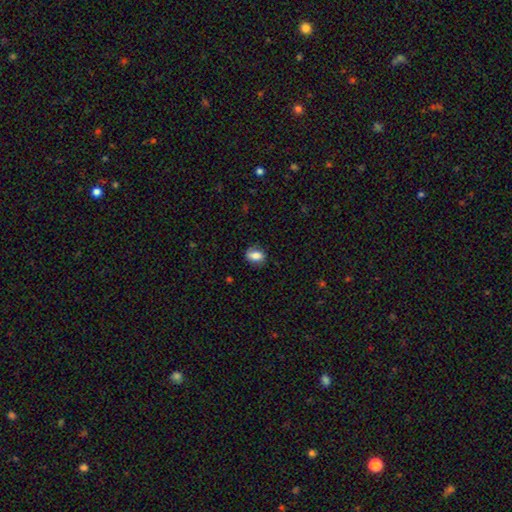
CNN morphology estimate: smooth_or_featured: smooth (p=0.78) [alt: featured or disk p=0.14]
how_rounded: in between (p=0.76) [alt: round p=0.20]
merging: none (p=0.75) [alt: minor disturbance p=0.19]